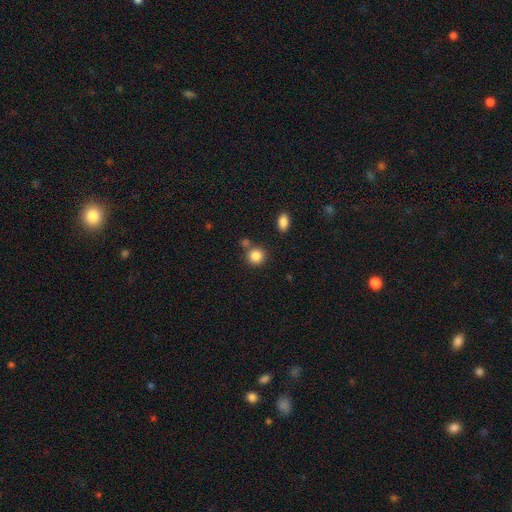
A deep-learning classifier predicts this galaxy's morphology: Smooth or featured?
  - smooth: 86% *
  - star or artifact: 10%
  - featured or disk: 5%
How rounded?
  - round: 88% *
  - in between: 11%
  - cigar-shaped: 1%
Merging?
  - none: 72% *
  - merger: 14%
  - minor disturbance: 10%
  - major disturbance: 3%